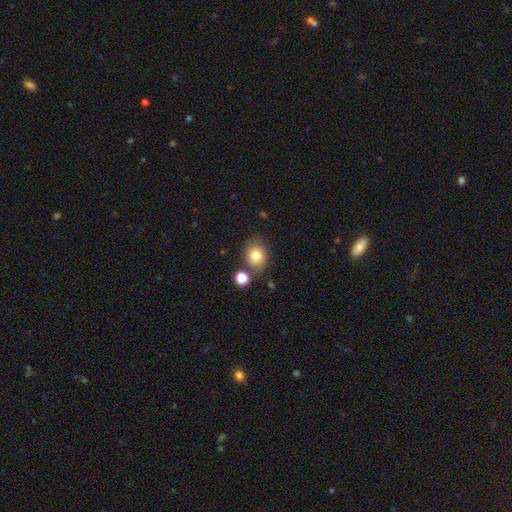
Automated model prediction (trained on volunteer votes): Smooth or featured? Predicted: smooth (p=0.80). How rounded? Predicted: round (p=0.63). Merging? Predicted: none (p=0.73).